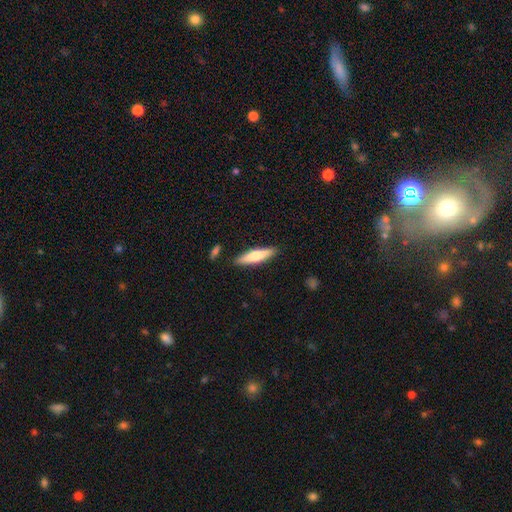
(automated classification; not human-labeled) This appears to be a smooth galaxy with no disk features (55%) that is cigar-shaped (77%). Merging: none (87%).